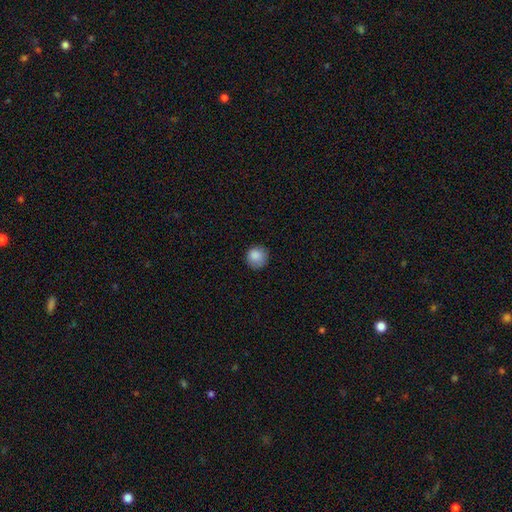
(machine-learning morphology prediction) smooth 87%, star or artifact 9%, featured or disk 4%. Down the decision tree: how rounded — round (91%); merging — none (81%).